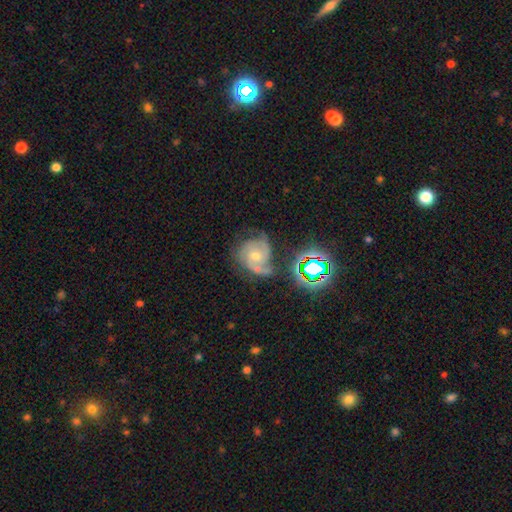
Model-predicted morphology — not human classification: smooth-or-featured: featured or disk: 75% | star or artifact: 14% | smooth: 11%
  disk-edge-on: no: 98% | yes: 2%
    bar: no: 71% | weak: 23% | strong: 6%
    has-spiral-arms: yes: 95% | no: 5%
      spiral-winding: tight: 47% | medium: 42% | loose: 11%
      spiral-arm-count: 3: 40% | 2: 31% | can't tell: 15% | 1: 5% | 4: 5% | more than 4: 4%
    bulge-size: moderate: 51% | small: 45% | large: 2% | none: 2% | dominant: 1%
  merging: none: 49% | minor disturbance: 22% | merger: 15% | major disturbance: 14%